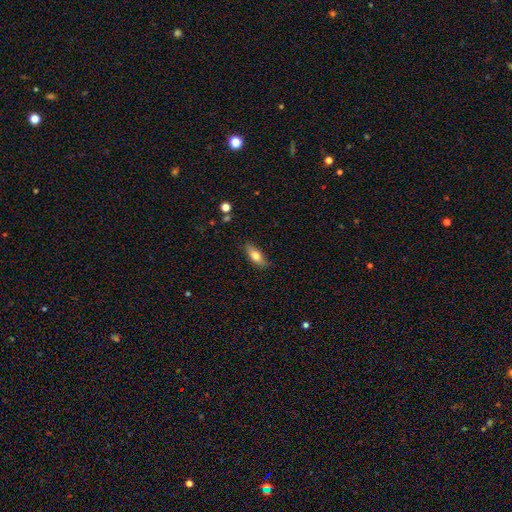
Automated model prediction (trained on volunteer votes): Smooth or featured?
  - smooth: 74% *
  - featured or disk: 19%
  - star or artifact: 7%
How rounded?
  - in between: 70% *
  - cigar-shaped: 27%
  - round: 3%
Merging?
  - none: 83% *
  - minor disturbance: 13%
  - major disturbance: 3%
  - merger: 1%